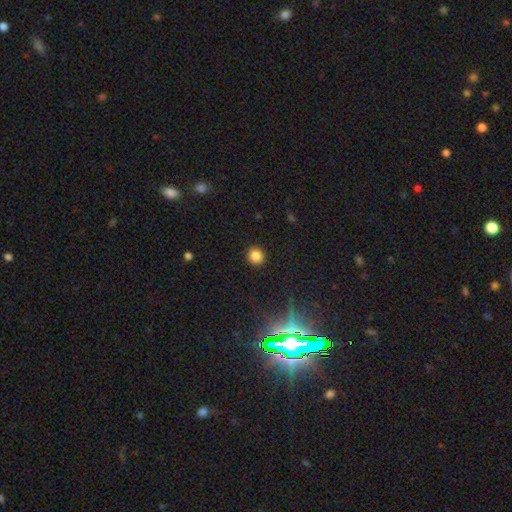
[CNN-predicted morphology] Smooth or featured? smooth (83%)
How rounded? round (87%)
Merging? none (92%)